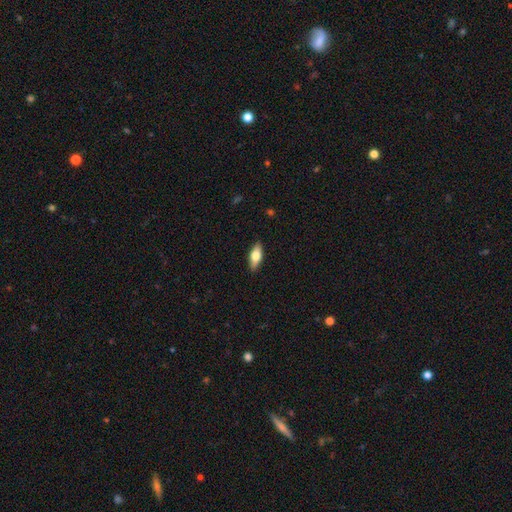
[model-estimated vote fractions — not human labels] smooth_or_featured: smooth (p=0.65) [alt: featured or disk p=0.29]
how_rounded: in between (p=0.74) [alt: cigar-shaped p=0.23]
merging: none (p=0.89) [alt: minor disturbance p=0.08]